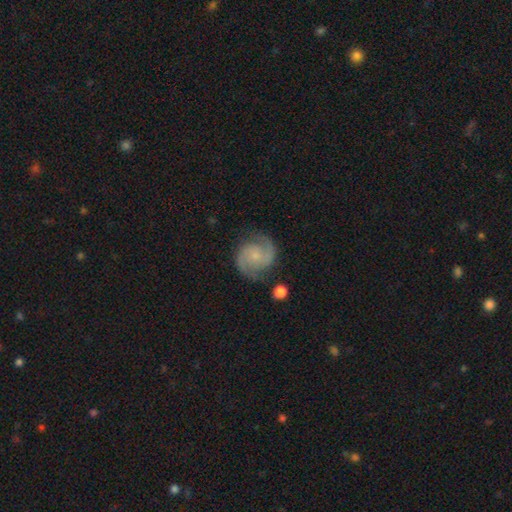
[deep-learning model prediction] A featured or disk galaxy (86%) with no bar (66%), 2 (92%) medium (54%) spiral arms (97%) and a small central bulge (67%). Merging: none (81%).